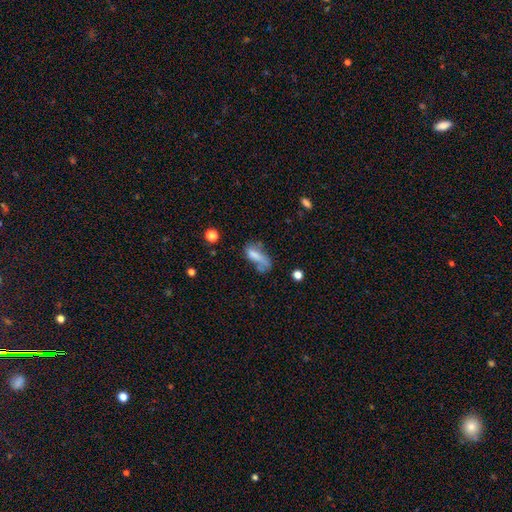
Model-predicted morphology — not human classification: Smooth or featured?
  - smooth: 66% *
  - featured or disk: 23%
  - star or artifact: 12%
How rounded?
  - in between: 64% *
  - cigar-shaped: 32%
  - round: 4%
Merging?
  - major disturbance: 34% *
  - none: 27%
  - minor disturbance: 25%
  - merger: 15%